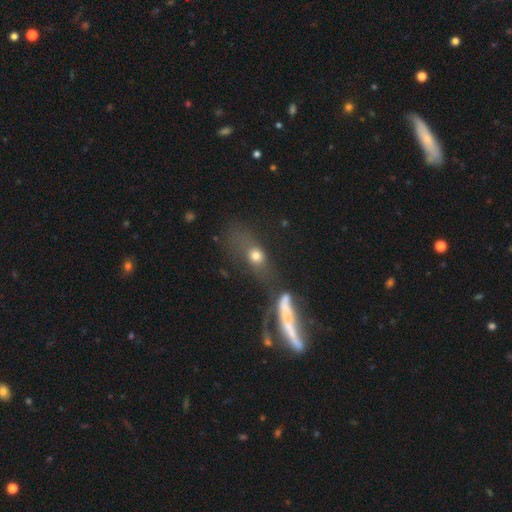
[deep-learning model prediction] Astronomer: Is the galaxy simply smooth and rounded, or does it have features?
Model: smooth — 60%.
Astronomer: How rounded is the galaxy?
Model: in between — 50% (runner-up: round, 35%).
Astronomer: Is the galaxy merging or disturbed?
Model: merger — 33% (runner-up: none, 32%).